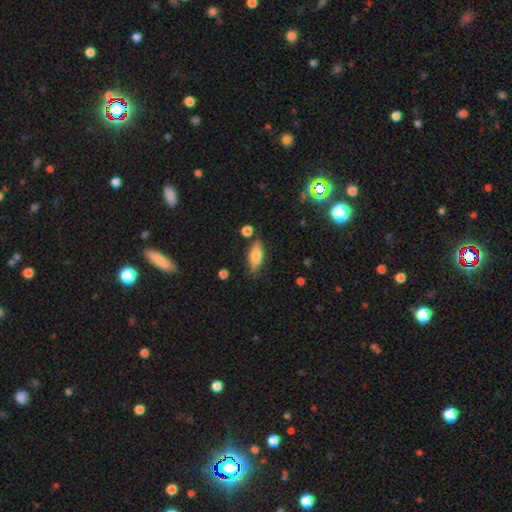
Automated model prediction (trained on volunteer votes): Morphology: type=smooth (71%); roundness=in between (66%); merging=none (78%).